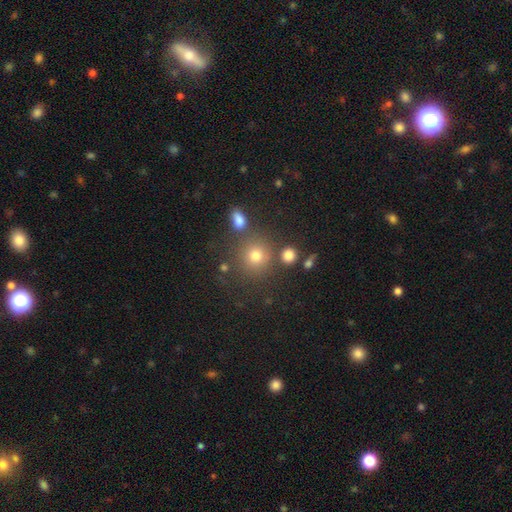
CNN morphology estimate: smooth-or-featured: smooth: 75% | star or artifact: 16% | featured or disk: 9%
  how-rounded: round: 89% | in between: 10% | cigar-shaped: 1%
  merging: none: 75% | minor disturbance: 10% | merger: 10% | major disturbance: 5%